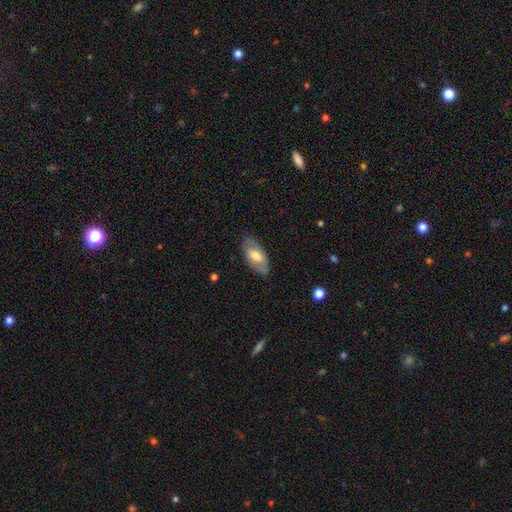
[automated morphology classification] smooth_or_featured: smooth (p=0.52) [alt: featured or disk p=0.43]
how_rounded: in between (p=0.91) [alt: cigar-shaped p=0.06]
merging: none (p=0.79) [alt: minor disturbance p=0.16]